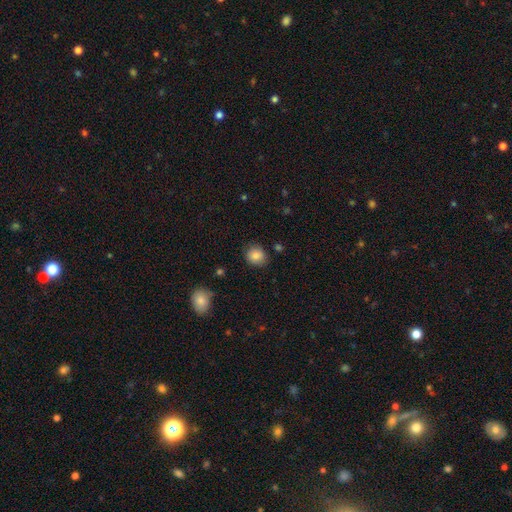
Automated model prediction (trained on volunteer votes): A smooth galaxy with no disk features (83%) that is round (81%).

Vote fractions:
- Smooth or featured? smooth: 83% / star or artifact: 10% / featured or disk: 7%
- How rounded? round: 81% / in between: 18% / cigar-shaped: 1%
- Merging? none: 86% / minor disturbance: 10% / major disturbance: 2% / merger: 2%